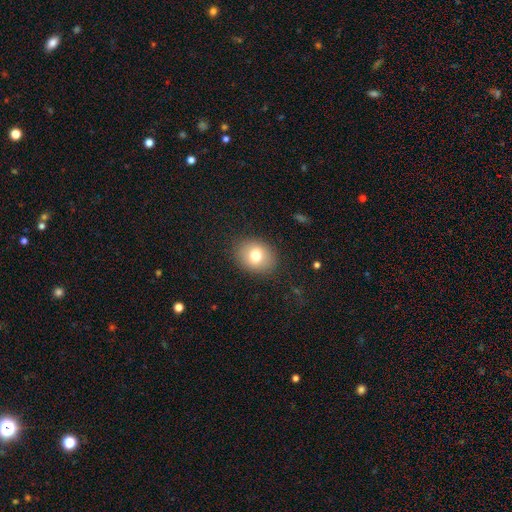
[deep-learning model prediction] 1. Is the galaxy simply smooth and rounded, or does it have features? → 76% smooth, 14% featured or disk, 11% star or artifact.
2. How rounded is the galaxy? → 54% round, 45% in between, 1% cigar-shaped.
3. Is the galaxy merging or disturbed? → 87% none, 9% minor disturbance, 3% major disturbance, 1% merger.